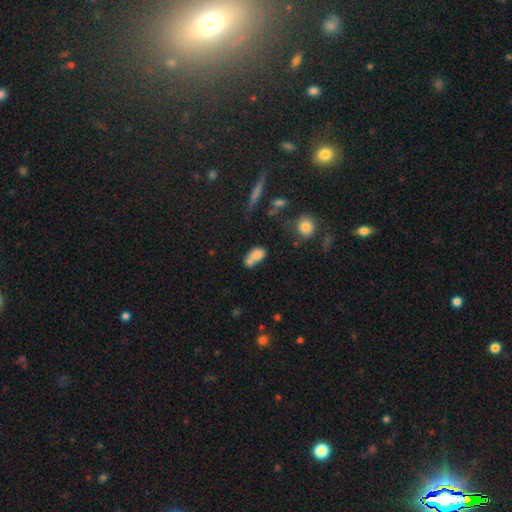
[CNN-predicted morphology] Q: Smooth or featured?
A: smooth (75%); runner-up: featured or disk (14%)
Q: How rounded?
A: in between (76%); runner-up: round (20%)
Q: Merging?
A: merger (59%); runner-up: none (24%)